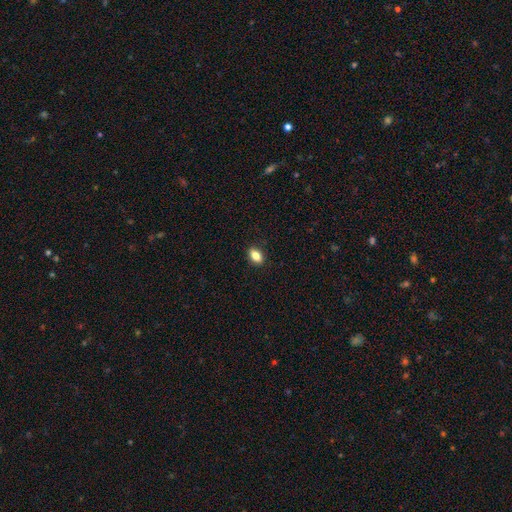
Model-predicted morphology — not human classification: This appears to be a smooth galaxy with no disk features (82%) that is in between round and cigar-shaped (86%). Merging: none (88%).